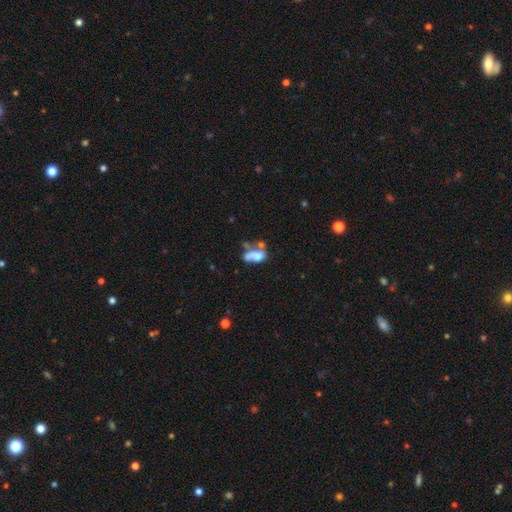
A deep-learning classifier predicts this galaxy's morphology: smooth_or_featured: smooth (p=0.53) [alt: featured or disk p=0.36]
how_rounded: in between (p=0.84) [alt: round p=0.10]
merging: merger (p=0.43) [alt: major disturbance p=0.24]